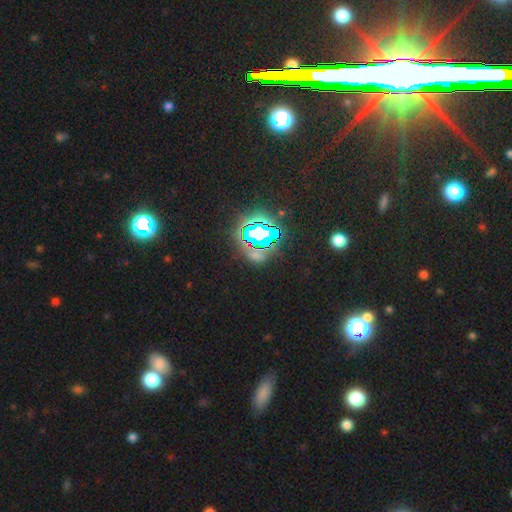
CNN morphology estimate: A star or artifact, not a galaxy (72%).

Vote fractions:
- Smooth or featured? star or artifact: 72% / smooth: 18% / featured or disk: 11%